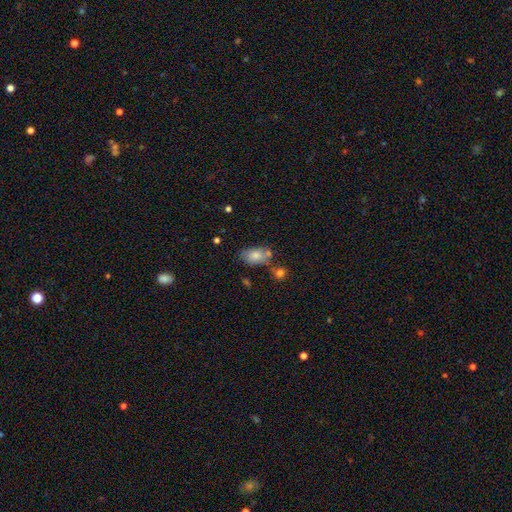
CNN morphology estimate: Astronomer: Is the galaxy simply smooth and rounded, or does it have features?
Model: smooth — 79%.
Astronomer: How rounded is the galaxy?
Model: in between — 89%.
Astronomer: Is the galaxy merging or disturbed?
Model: none — 63%.